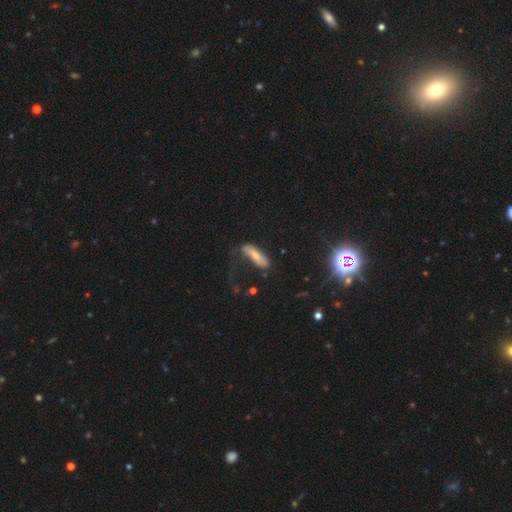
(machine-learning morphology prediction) smooth-or-featured: smooth: 66% | featured or disk: 27% | star or artifact: 7%
  how-rounded: cigar-shaped: 51% | in between: 47% | round: 2%
  merging: major disturbance: 36% | none: 35% | minor disturbance: 25% | merger: 4%